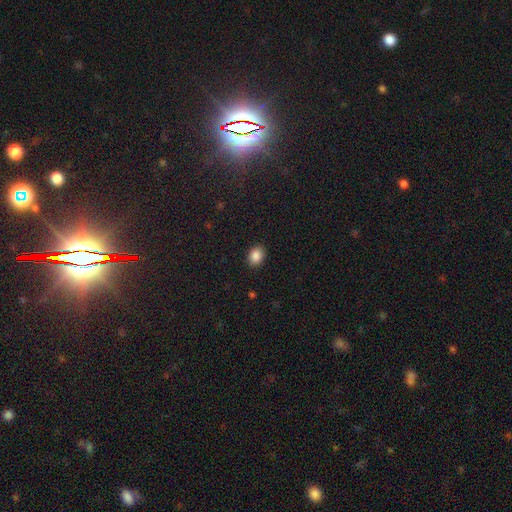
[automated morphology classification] smooth-or-featured: smooth: 88% | star or artifact: 9% | featured or disk: 4%
  how-rounded: in between: 68% | round: 31% | cigar-shaped: 1%
  merging: none: 88% | minor disturbance: 9% | major disturbance: 2% | merger: 1%